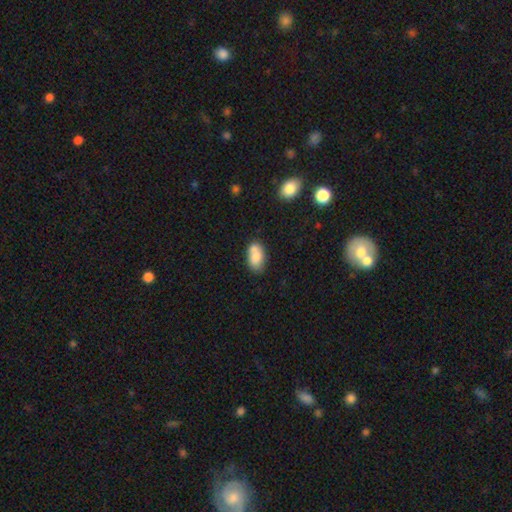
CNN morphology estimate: A smooth galaxy with no disk features (78%) that is in between round and cigar-shaped (90%).

Vote fractions:
- Smooth or featured? smooth: 78% / featured or disk: 14% / star or artifact: 8%
- How rounded? in between: 90% / round: 7% / cigar-shaped: 3%
- Merging? none: 56% / merger: 21% / minor disturbance: 19% / major disturbance: 4%